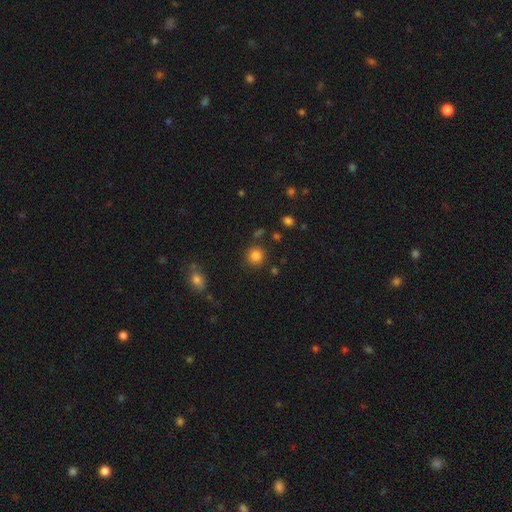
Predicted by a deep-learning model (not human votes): Smooth or featured?
  - smooth: 83% *
  - star or artifact: 12%
  - featured or disk: 5%
How rounded?
  - round: 92% *
  - in between: 7%
  - cigar-shaped: 1%
Merging?
  - none: 87% *
  - minor disturbance: 7%
  - merger: 3%
  - major disturbance: 3%